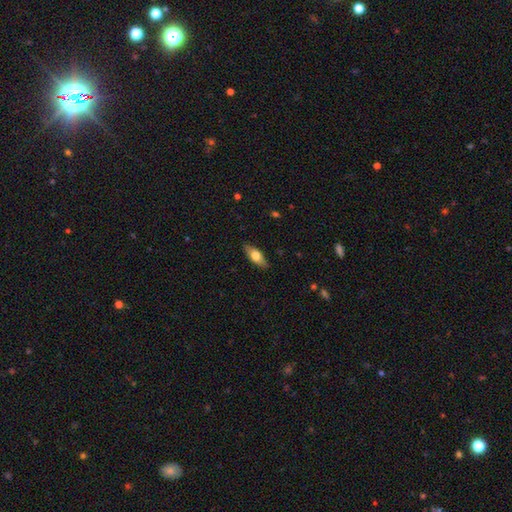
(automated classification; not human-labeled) Q: Smooth or featured?
A: smooth (62%); runner-up: featured or disk (32%)
Q: How rounded?
A: in between (71%); runner-up: cigar-shaped (25%)
Q: Merging?
A: none (87%); runner-up: minor disturbance (10%)